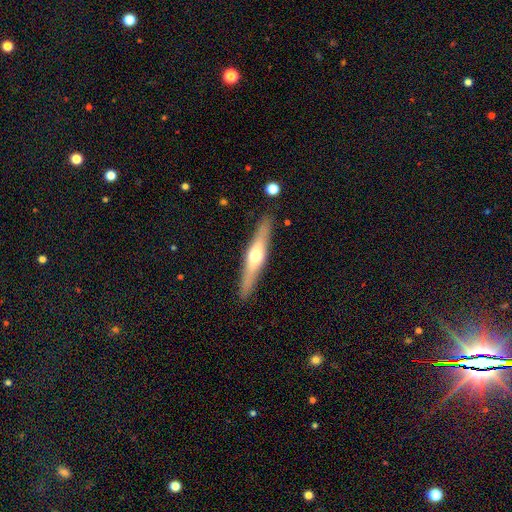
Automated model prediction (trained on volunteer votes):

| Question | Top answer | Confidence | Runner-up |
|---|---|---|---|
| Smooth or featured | featured or disk | 60% | smooth (35%) |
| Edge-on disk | yes | 93% | no (7%) |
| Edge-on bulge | rounded | 91% | none (5%) |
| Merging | none | 89% | minor disturbance (8%) |